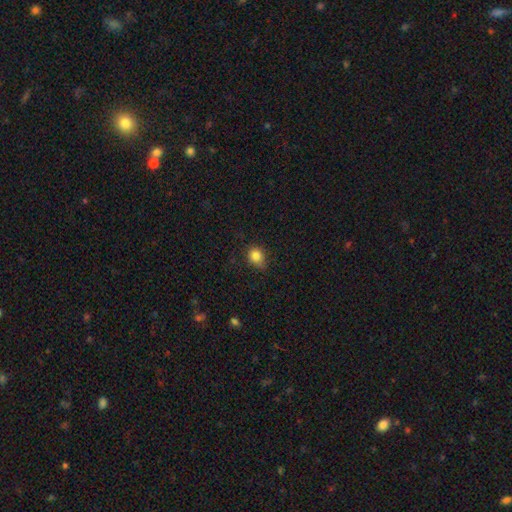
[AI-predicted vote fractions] Smooth or featured: smooth — 84% (star or artifact — 11%)
How rounded: round — 69% (in between — 30%)
Merging: none — 71% (minor disturbance — 23%)